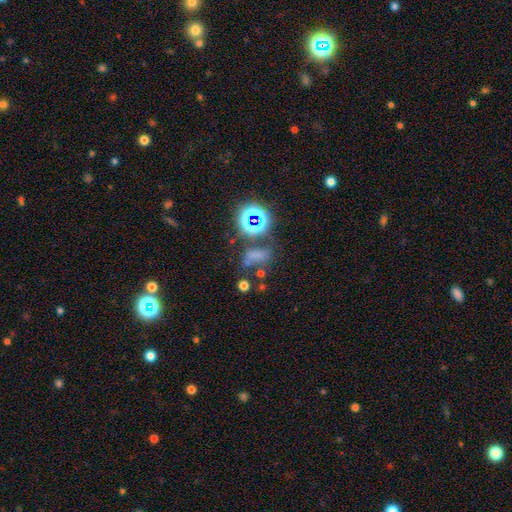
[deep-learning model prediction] smooth 50%, star or artifact 36%, featured or disk 14%. Down the decision tree: merging — none (46%).